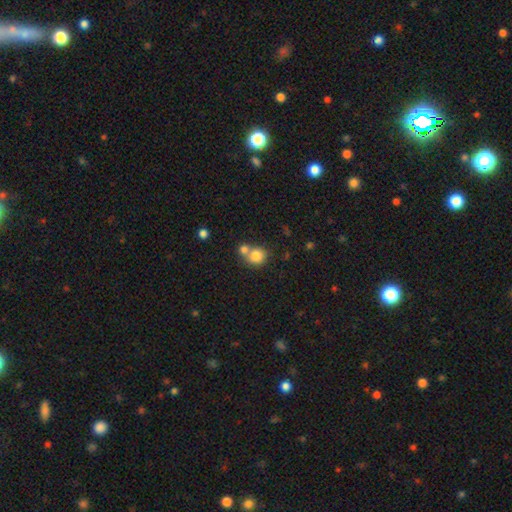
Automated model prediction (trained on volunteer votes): smooth_or_featured: smooth (p=0.81) [alt: star or artifact p=0.10]
how_rounded: round (p=0.83) [alt: in between p=0.16]
merging: none (p=0.46) [alt: merger p=0.43]